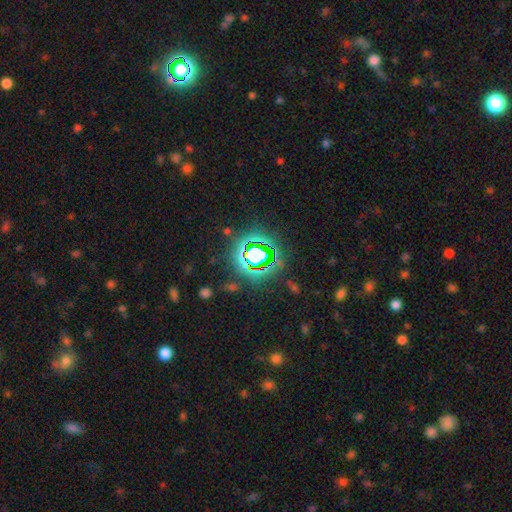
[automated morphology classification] This is likely a star or artifact rather than a galaxy (74%).